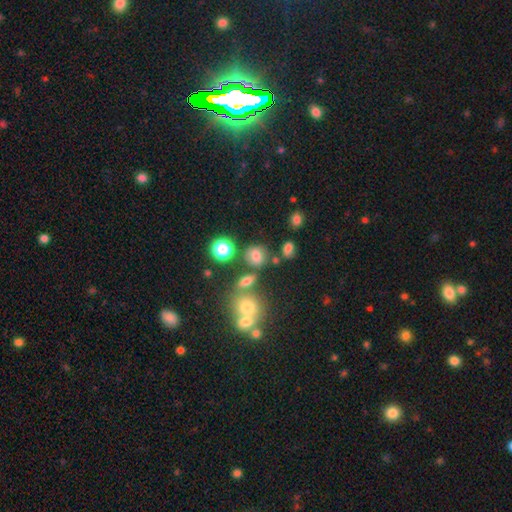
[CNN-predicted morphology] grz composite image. It shows a smooth galaxy with no disk features (71%) that is round (65%). Merging: none (66%).